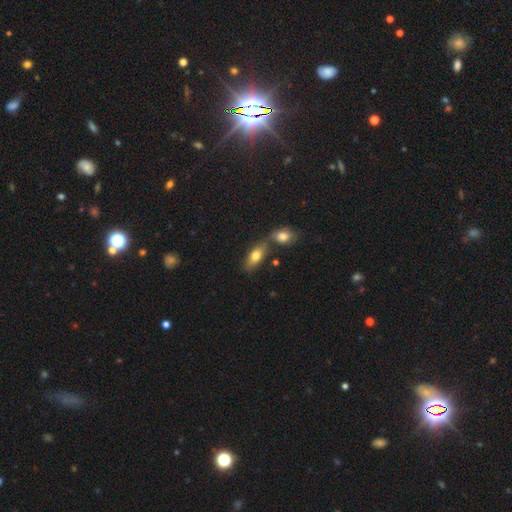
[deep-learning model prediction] Morphology: type=smooth (73%); roundness=in between (81%); merging=none (47%).